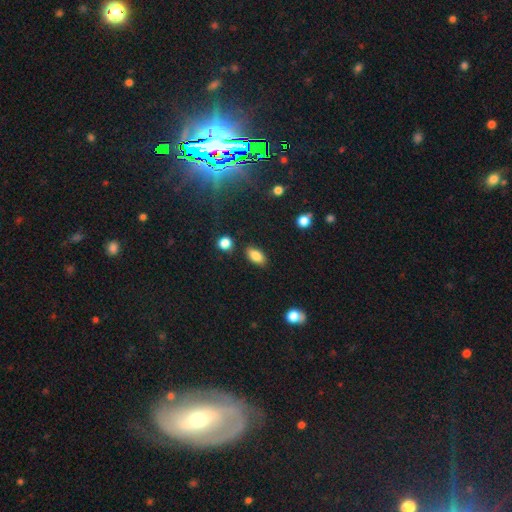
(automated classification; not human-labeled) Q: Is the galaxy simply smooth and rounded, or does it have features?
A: smooth — 85%.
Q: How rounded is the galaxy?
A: in between — 90%.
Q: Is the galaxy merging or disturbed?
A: none — 85%.